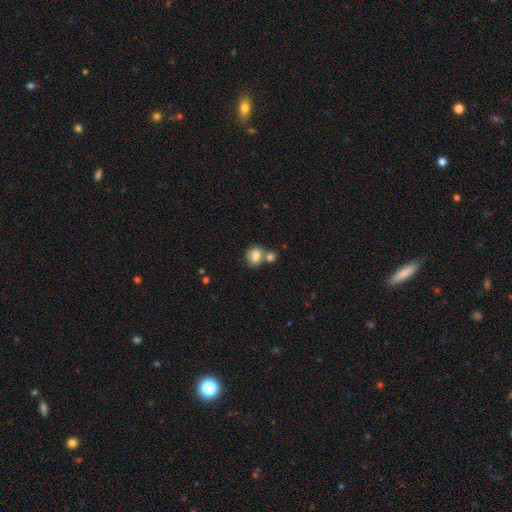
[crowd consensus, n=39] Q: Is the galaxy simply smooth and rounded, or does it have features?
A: smooth — 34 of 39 (87%).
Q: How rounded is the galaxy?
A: round — 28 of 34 (82%).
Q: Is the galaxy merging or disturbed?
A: merger — 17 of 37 (46%).